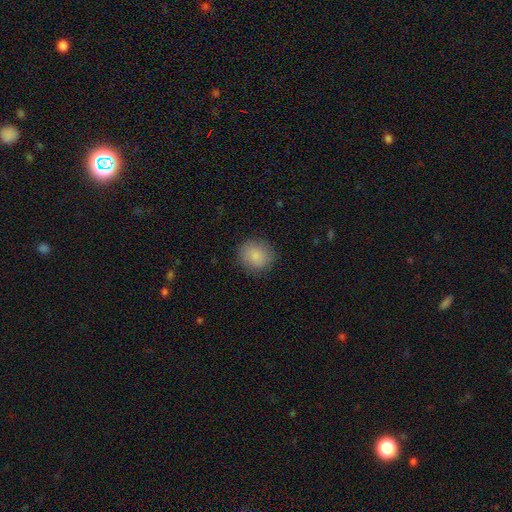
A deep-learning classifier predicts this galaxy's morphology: A smooth galaxy with no disk features (86%) that is round (81%). Merging: none (86%).